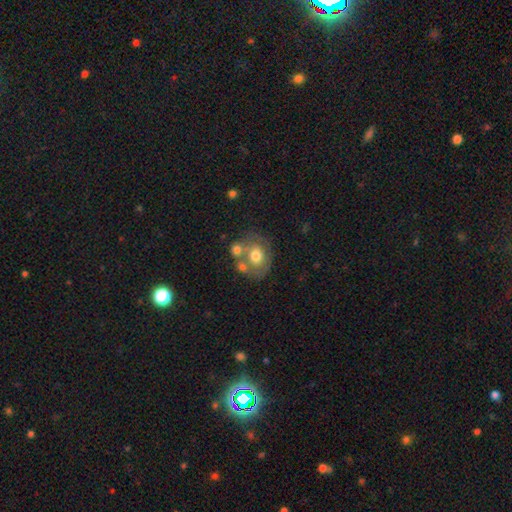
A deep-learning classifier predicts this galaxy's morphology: The model was most divided on "merging": none: 42%, merger: 34%, minor disturbance: 16%, major disturbance: 8%. More confident: smooth or featured — smooth (56%); how rounded — round (56%).